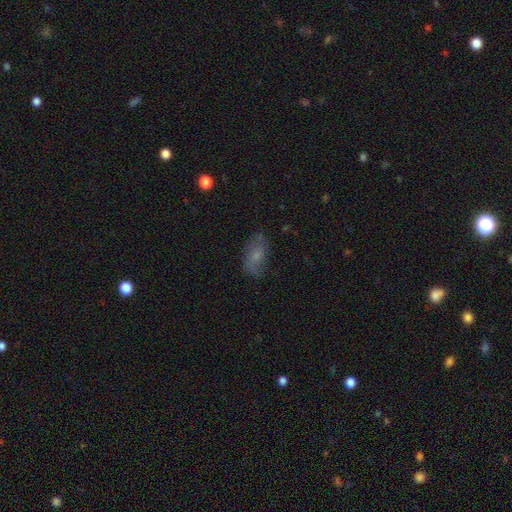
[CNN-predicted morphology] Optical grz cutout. It shows a smooth galaxy with no disk features (57%) that is in between round and cigar-shaped (88%). Merging: none (70%).